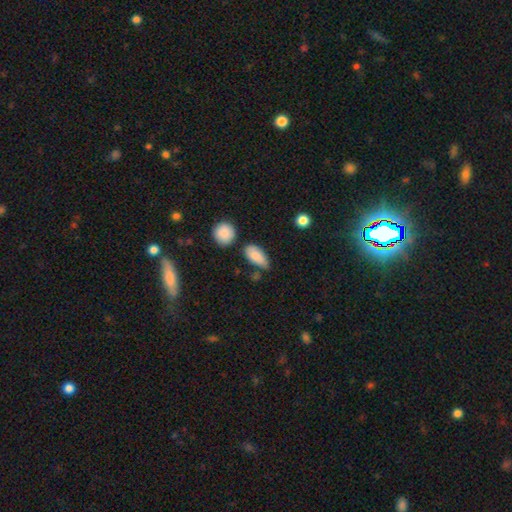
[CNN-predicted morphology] Smooth or featured?
  - smooth: 81% *
  - featured or disk: 11%
  - star or artifact: 7%
How rounded?
  - in between: 90% *
  - cigar-shaped: 6%
  - round: 4%
Merging?
  - none: 51% *
  - minor disturbance: 34%
  - merger: 8%
  - major disturbance: 7%